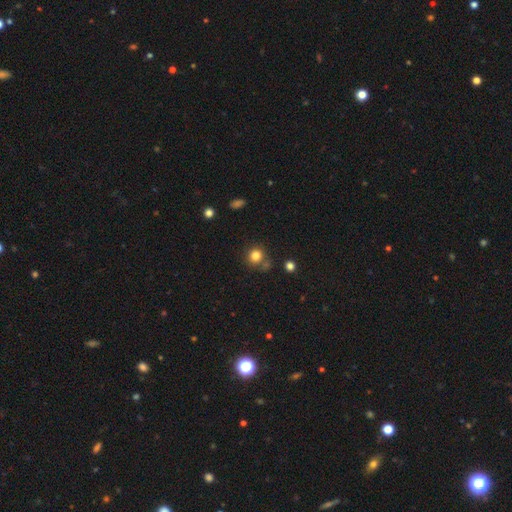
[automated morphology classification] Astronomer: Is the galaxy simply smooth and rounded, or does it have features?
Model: smooth — 82%.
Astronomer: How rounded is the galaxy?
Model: round — 89%.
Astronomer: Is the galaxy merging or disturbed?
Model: none — 72%.